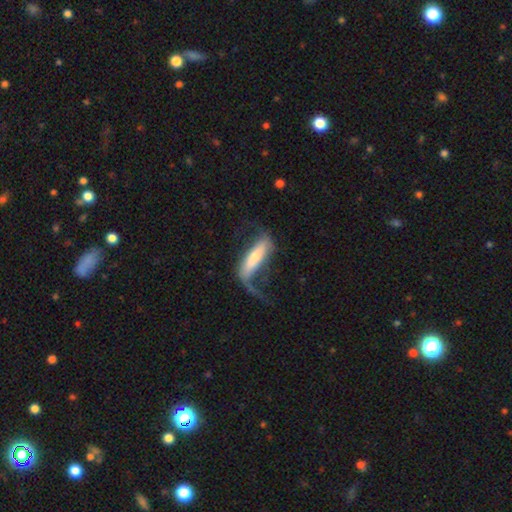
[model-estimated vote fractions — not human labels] smooth-or-featured: featured or disk: 50% | smooth: 44% | star or artifact: 6%
  merging: major disturbance: 43% | none: 34% | minor disturbance: 19% | merger: 4%